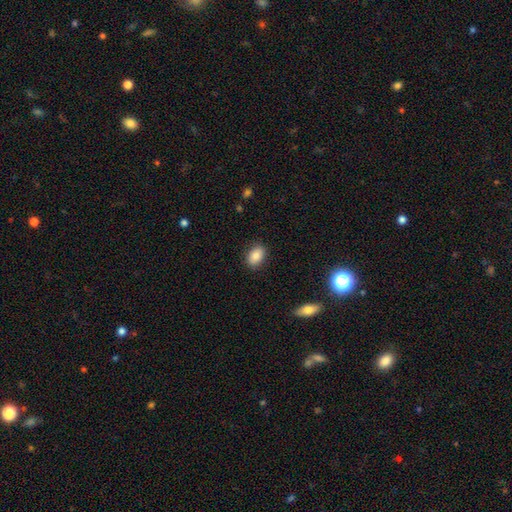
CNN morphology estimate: This appears to be a smooth galaxy with no disk features (85%) that is in between round and cigar-shaped (83%). Merging: none (86%).